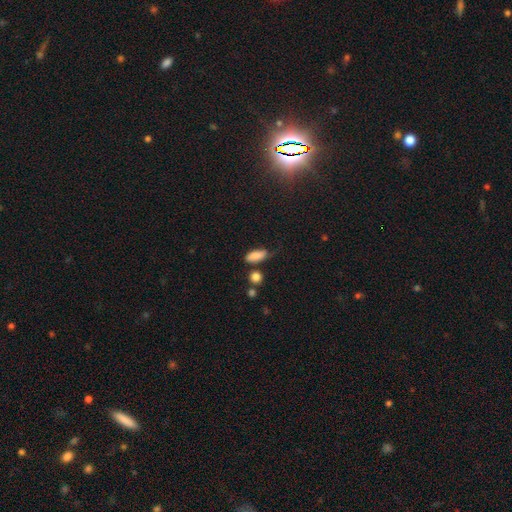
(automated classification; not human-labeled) Smooth or featured? smooth (82%)
How rounded? in between (85%)
Merging? none (52%)